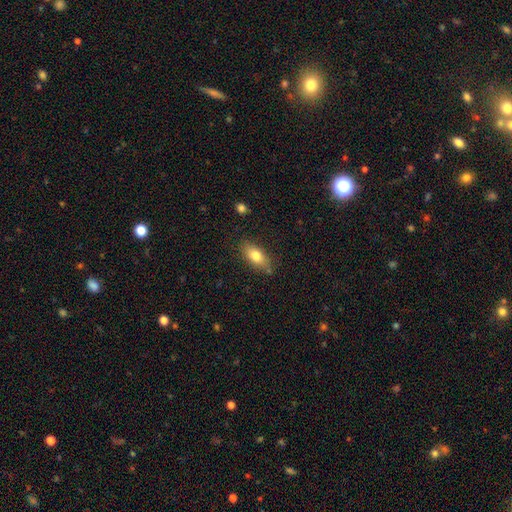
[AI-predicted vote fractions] smooth_or_featured: smooth (p=0.76) [alt: featured or disk p=0.16]
how_rounded: in between (p=0.82) [alt: cigar-shaped p=0.13]
merging: none (p=0.79) [alt: minor disturbance p=0.15]